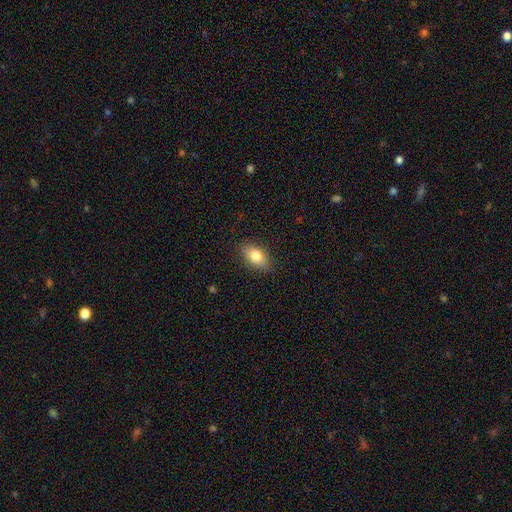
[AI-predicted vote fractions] Smooth or featured? smooth (79%)
How rounded? in between (88%)
Merging? none (87%)